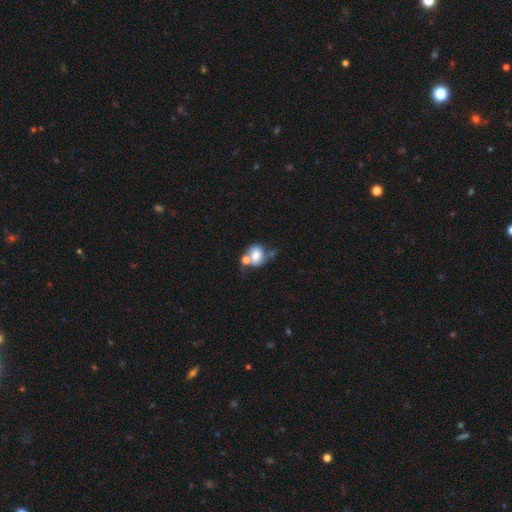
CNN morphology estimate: smooth-or-featured: smooth: 63% | featured or disk: 27% | star or artifact: 9%
  how-rounded: round: 55% | in between: 44% | cigar-shaped: 1%
  merging: merger: 47% | none: 25% | minor disturbance: 15% | major disturbance: 13%